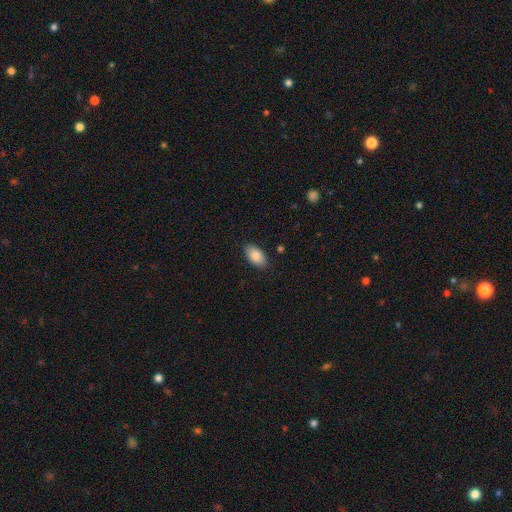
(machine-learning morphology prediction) Smooth or featured? Predicted: smooth (p=0.86). How rounded? Predicted: in between (p=0.94). Merging? Predicted: none (p=0.87).